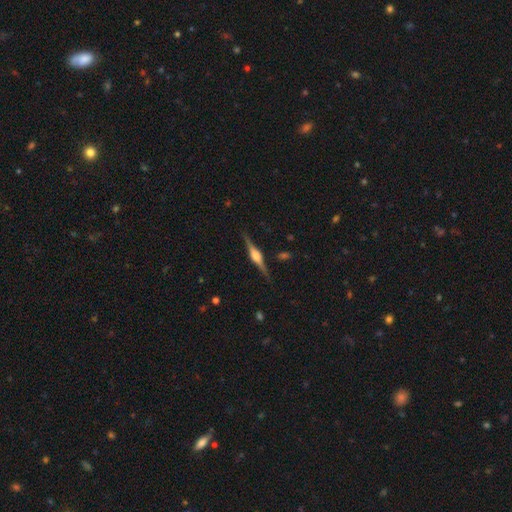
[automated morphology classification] Smooth or featured: featured or disk — 83% (smooth — 11%)
Edge-on disk: yes — 98% (no — 2%)
Edge-on bulge: rounded — 80% (boxy — 17%)
Merging: none — 88% (minor disturbance — 9%)